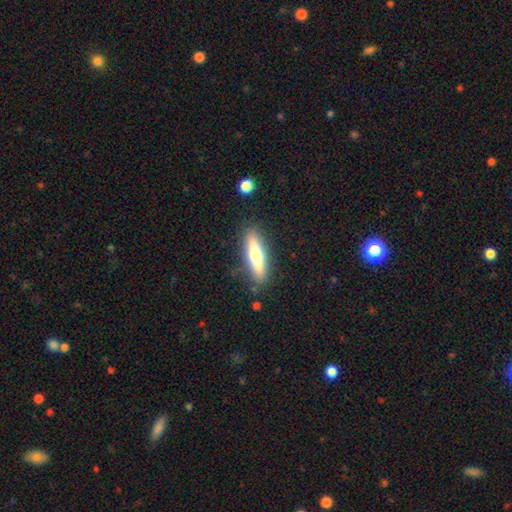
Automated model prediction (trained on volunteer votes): The model was most divided on "smooth or featured": smooth: 55%, featured or disk: 39%, star or artifact: 6%. More confident: merging — none (85%); how rounded — cigar-shaped (75%).